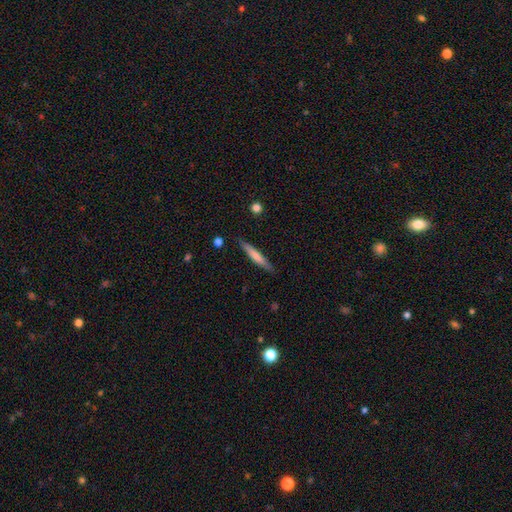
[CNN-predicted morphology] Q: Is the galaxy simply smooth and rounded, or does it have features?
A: smooth — 63%.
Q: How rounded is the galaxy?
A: cigar-shaped — 94%.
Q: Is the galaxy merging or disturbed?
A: none — 87%.